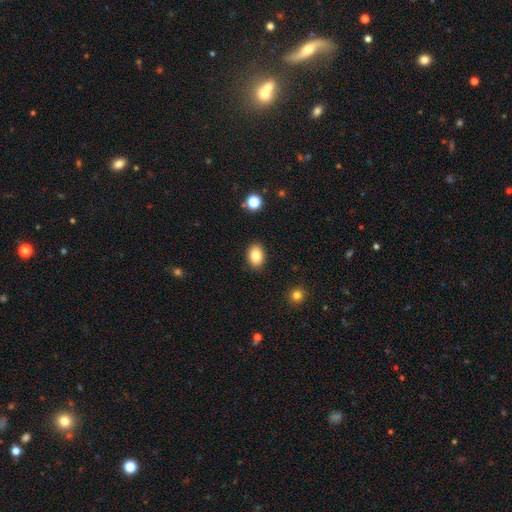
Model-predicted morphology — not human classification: smooth 84%, star or artifact 9%, featured or disk 7%. Down the decision tree: how rounded — in between (78%); merging — none (89%).